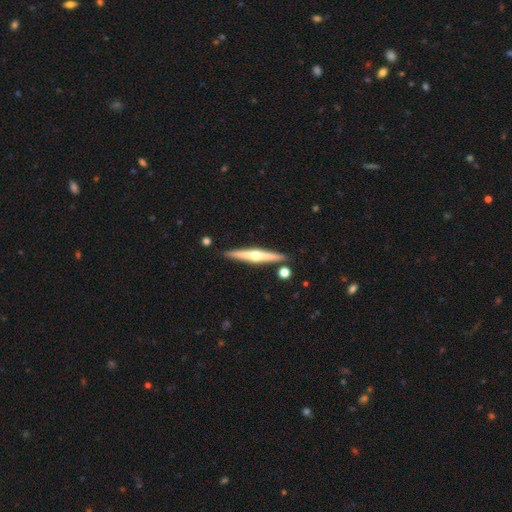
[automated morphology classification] Q: Smooth or featured?
A: featured or disk (70%); runner-up: smooth (24%)
Q: Edge-on disk?
A: yes (98%); runner-up: no (2%)
Q: Edge-on bulge?
A: rounded (91%); runner-up: none (5%)
Q: Merging?
A: none (88%); runner-up: minor disturbance (7%)